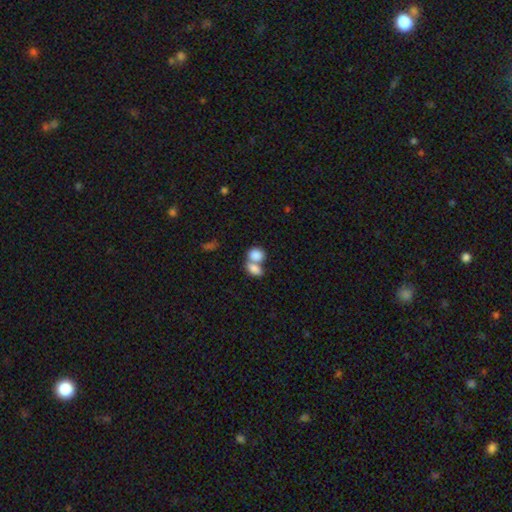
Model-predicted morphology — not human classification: Q: Smooth or featured?
A: smooth (83%); runner-up: featured or disk (9%)
Q: How rounded?
A: in between (64%); runner-up: round (34%)
Q: Merging?
A: merger (66%); runner-up: none (24%)